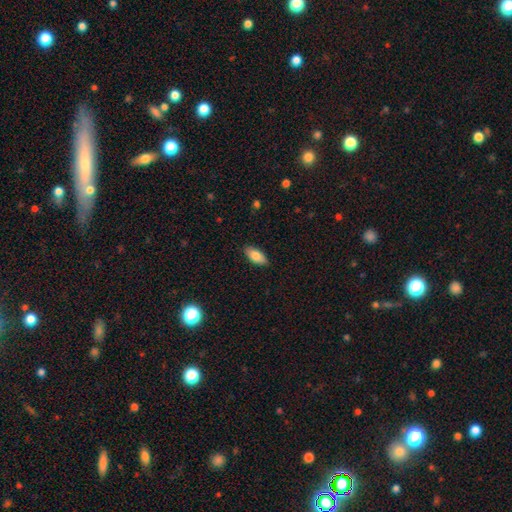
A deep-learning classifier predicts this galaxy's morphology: A smooth galaxy with no disk features (83%) that is in between round and cigar-shaped (89%).

Vote fractions:
- Smooth or featured? smooth: 83% / featured or disk: 10% / star or artifact: 7%
- How rounded? in between: 89% / cigar-shaped: 9% / round: 2%
- Merging? none: 88% / minor disturbance: 9% / major disturbance: 2% / merger: 1%